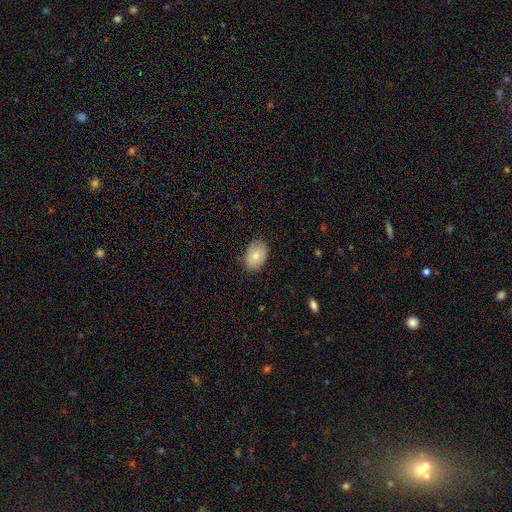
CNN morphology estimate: This appears to be a smooth galaxy with no disk features (82%) that is in between round and cigar-shaped (82%). Merging: none (84%).